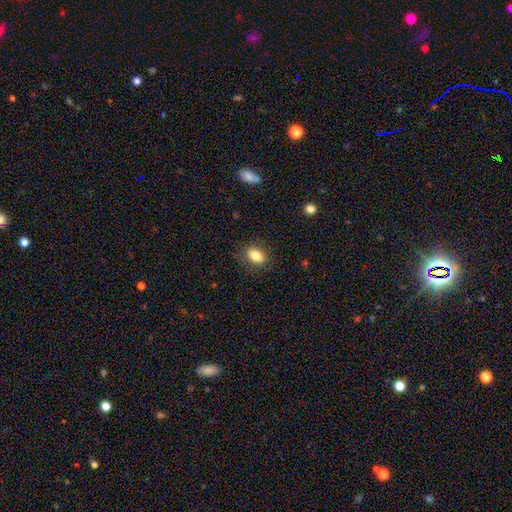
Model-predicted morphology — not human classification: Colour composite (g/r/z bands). It shows a smooth galaxy with no disk features (82%) that is in between round and cigar-shaped (80%). Merging: none (83%).